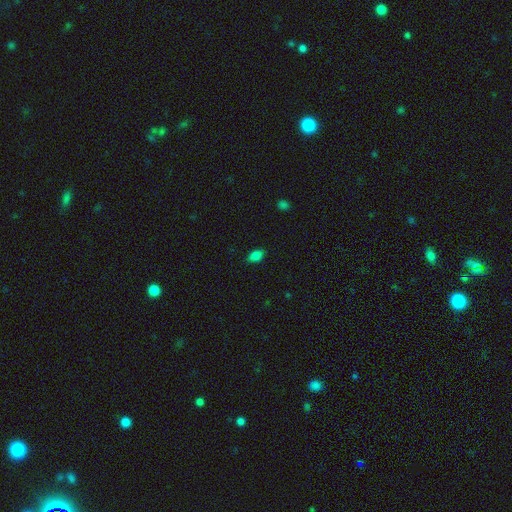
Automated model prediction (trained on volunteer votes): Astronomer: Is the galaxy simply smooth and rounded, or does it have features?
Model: smooth — 83%.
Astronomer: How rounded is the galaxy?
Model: in between — 87%.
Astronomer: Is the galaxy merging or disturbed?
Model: none — 85%.